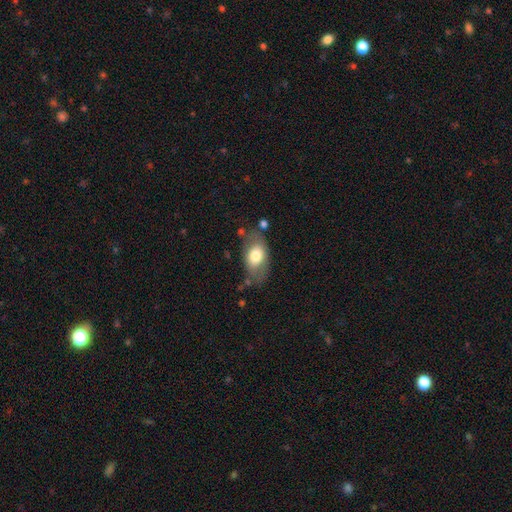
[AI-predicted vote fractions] Smooth or featured? smooth (72%)
How rounded? in between (90%)
Merging? none (67%)